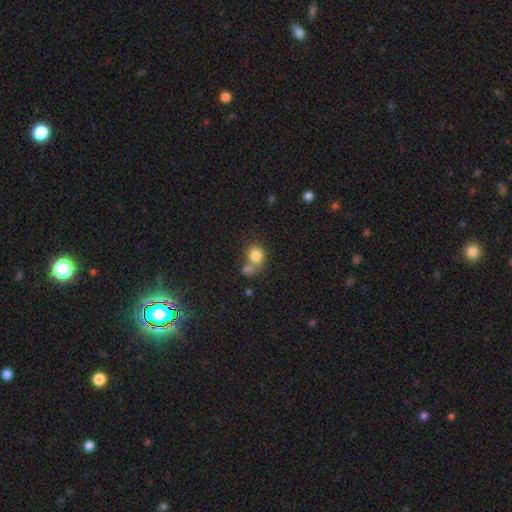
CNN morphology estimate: Overall: smooth (82%). How rounded: round (66%; in between 33%). Merging: merger (44%; none 40%).